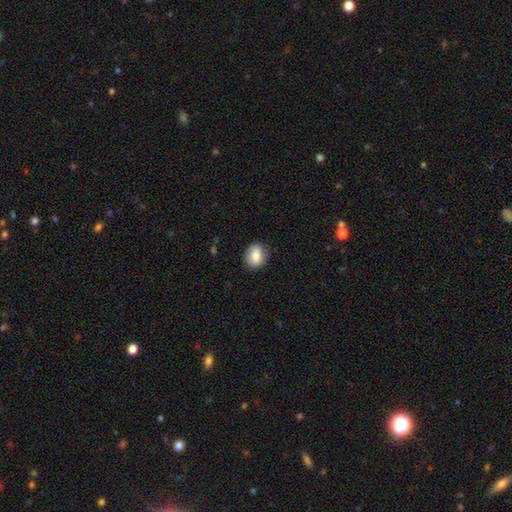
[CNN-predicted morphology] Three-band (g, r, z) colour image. It shows a smooth galaxy with no disk features (85%) that is in between round and cigar-shaped (62%). Merging: none (81%).